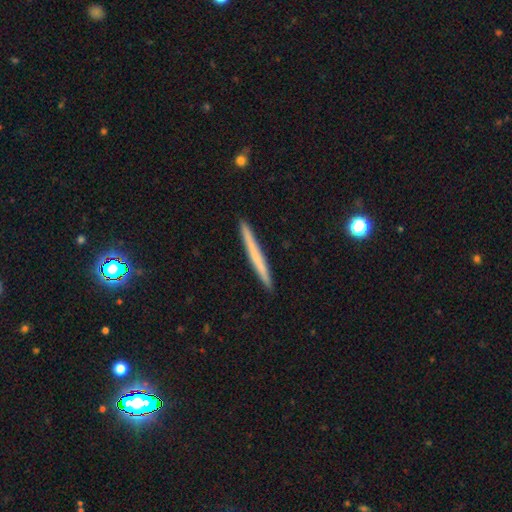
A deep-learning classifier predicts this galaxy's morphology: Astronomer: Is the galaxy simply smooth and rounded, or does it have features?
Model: smooth — 53% (runner-up: featured or disk, 40%).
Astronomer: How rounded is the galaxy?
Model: cigar-shaped — 97%.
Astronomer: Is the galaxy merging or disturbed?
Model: none — 92%.